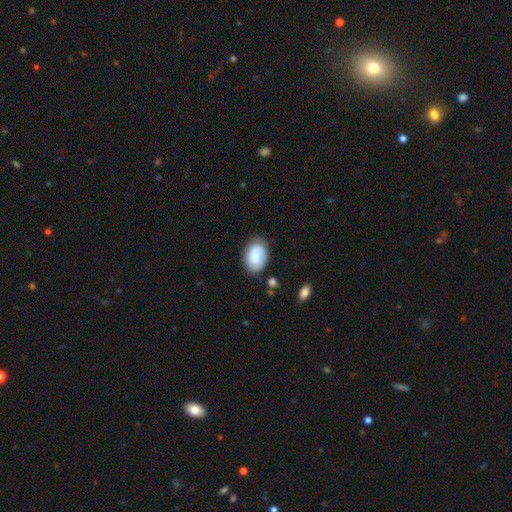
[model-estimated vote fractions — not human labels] Morphology: type=smooth (85%); roundness=in between (85%); merging=none (77%).